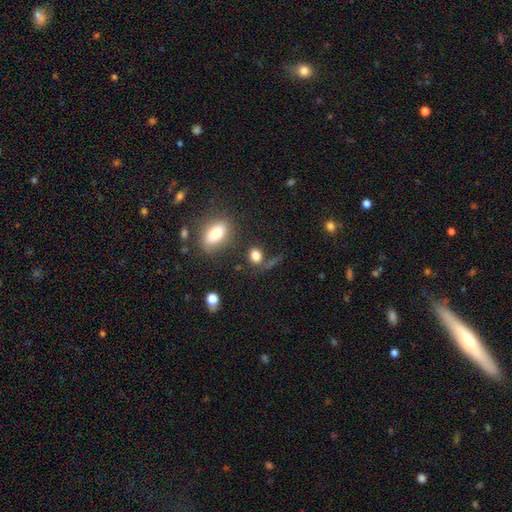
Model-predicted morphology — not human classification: Smooth or featured?
  - smooth: 80% *
  - star or artifact: 13%
  - featured or disk: 7%
How rounded?
  - round: 55% *
  - in between: 41%
  - cigar-shaped: 3%
Merging?
  - none: 58% *
  - minor disturbance: 15%
  - merger: 14%
  - major disturbance: 12%